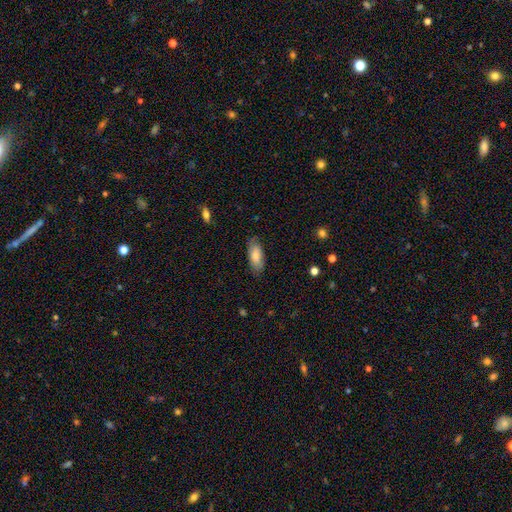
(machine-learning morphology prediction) The model was most divided on "smooth or featured": smooth: 75%, featured or disk: 19%, star or artifact: 6%. More confident: how rounded — in between (84%); merging — none (79%).